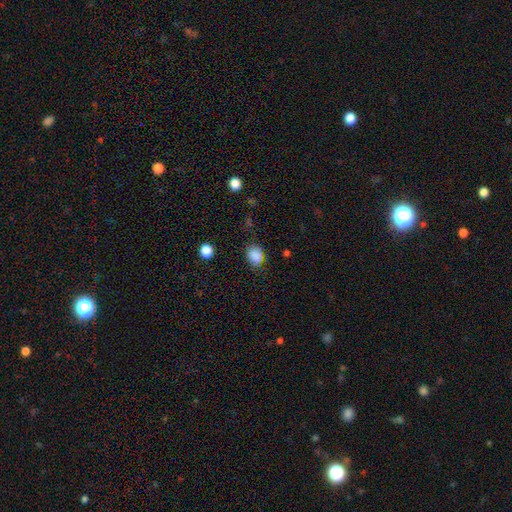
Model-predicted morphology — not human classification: smooth 86%, star or artifact 10%, featured or disk 4%. Down the decision tree: how rounded — in between (60%); merging — none (75%).